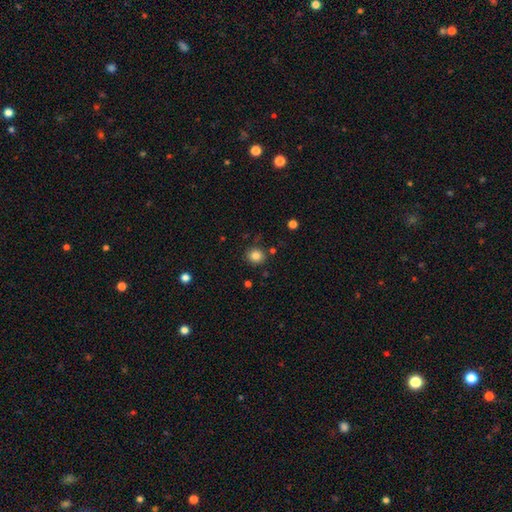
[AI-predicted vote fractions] This is clearly a smooth galaxy (83%). How rounded: clearly round (89%). Merging: clearly none (85%).